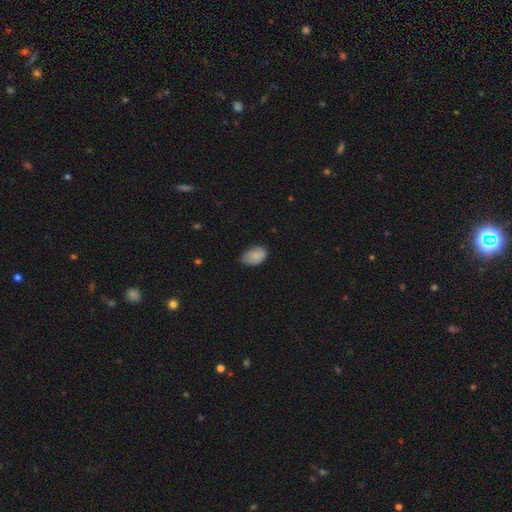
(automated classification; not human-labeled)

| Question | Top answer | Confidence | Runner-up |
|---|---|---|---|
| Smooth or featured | smooth | 82% | featured or disk (11%) |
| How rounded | in between | 88% | round (11%) |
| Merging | none | 62% | minor disturbance (32%) |